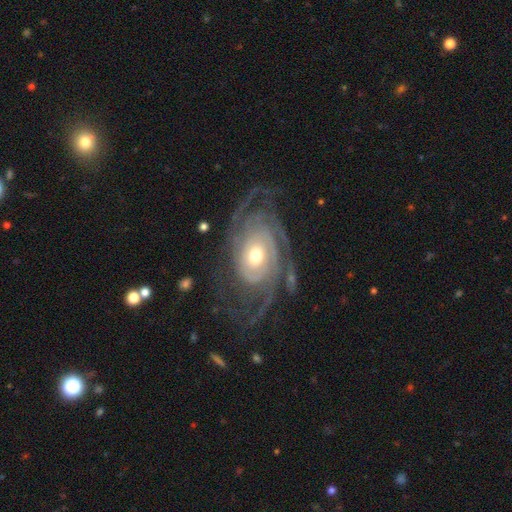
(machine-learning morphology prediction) This is clearly a featured or disk galaxy (90%). It is clearly not viewed edge-on (96%). Bar: likely no (76%). Spiral arm pattern: clearly yes (96%). Spiral arm count: marginally can't tell (24%). Spiral winding: likely tight (64%). Central bulge: likely moderate (64%). Merging: likely none (65%).